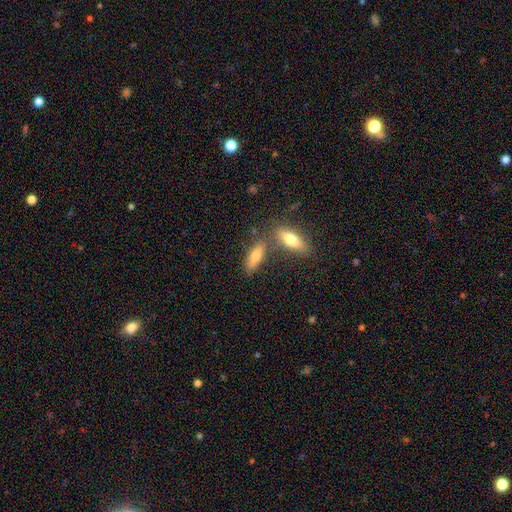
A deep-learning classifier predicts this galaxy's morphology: smooth_or_featured: smooth (p=0.72) [alt: featured or disk p=0.20]
how_rounded: in between (p=0.54) [alt: cigar-shaped p=0.42]
merging: none (p=0.60) [alt: merger p=0.23]